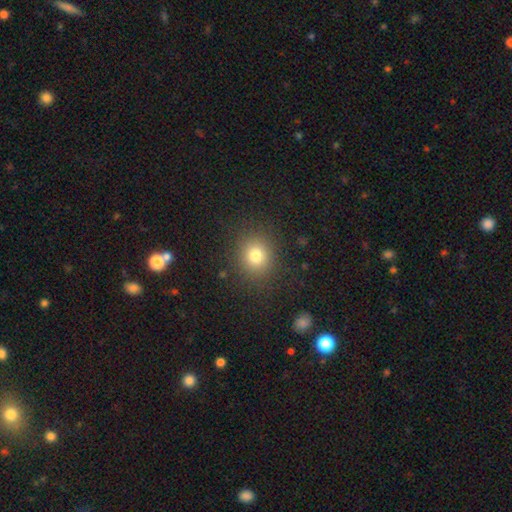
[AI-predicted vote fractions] This appears to be a smooth galaxy with no disk features (77%) that is round (81%). Merging: none (87%).